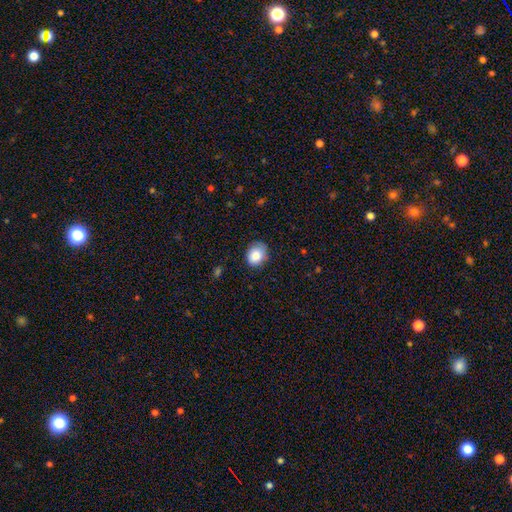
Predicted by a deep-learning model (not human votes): Smooth or featured: smooth — 84% (star or artifact — 9%)
How rounded: round — 59% (in between — 40%)
Merging: none — 77% (minor disturbance — 19%)